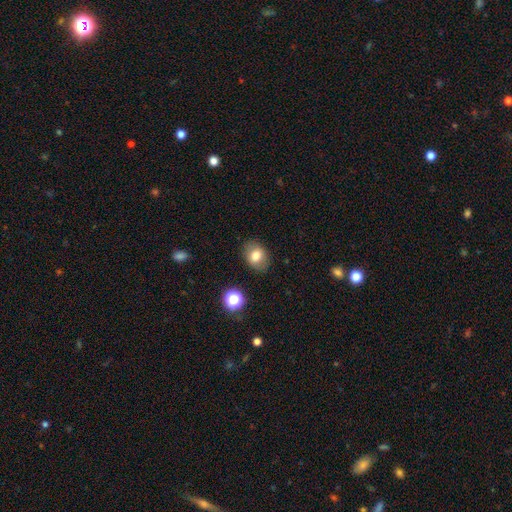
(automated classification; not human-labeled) Smooth or featured?
  - smooth: 77% *
  - featured or disk: 12%
  - star or artifact: 11%
How rounded?
  - in between: 59% *
  - round: 40%
  - cigar-shaped: 1%
Merging?
  - none: 85% *
  - minor disturbance: 10%
  - major disturbance: 3%
  - merger: 2%